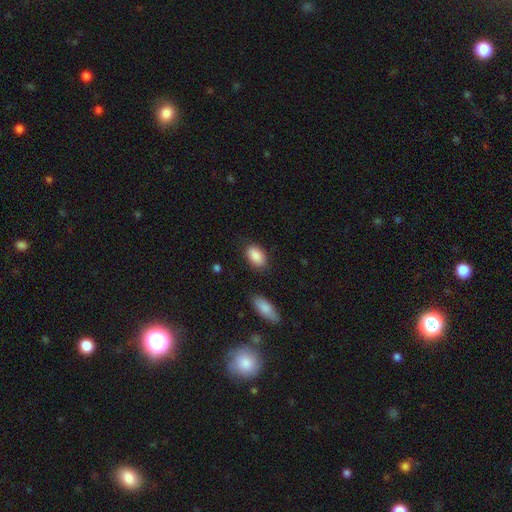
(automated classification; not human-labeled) Overall: smooth (89%). How rounded: in between (91%). Merging: none (82%).